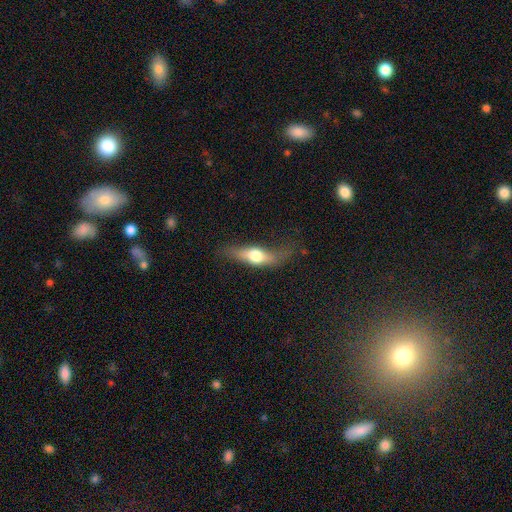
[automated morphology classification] Smooth or featured? smooth (49%)
Merging? none (62%)